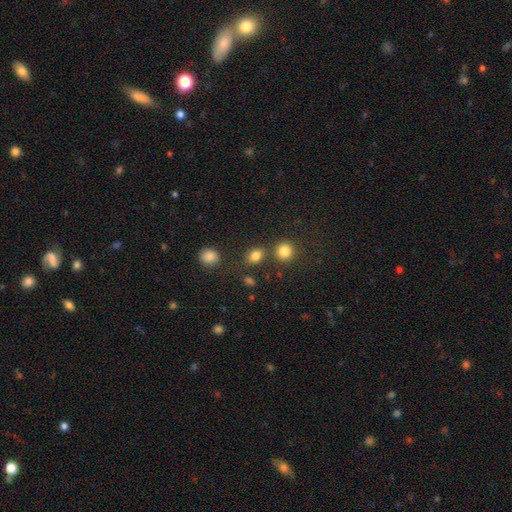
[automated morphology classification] type=smooth (82%); roundness=in between (52%); merging=none (70%).